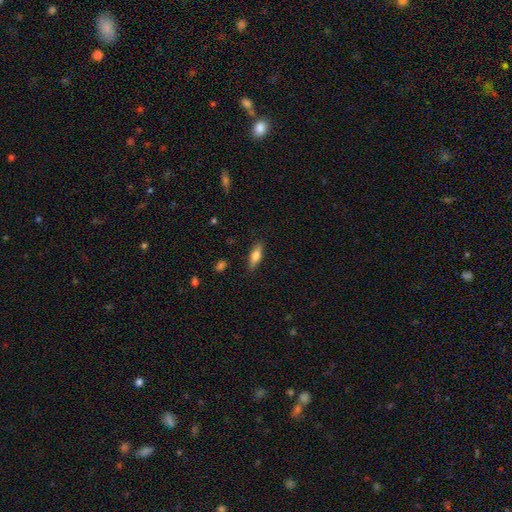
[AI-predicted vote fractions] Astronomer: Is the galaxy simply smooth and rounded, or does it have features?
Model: smooth — 64%.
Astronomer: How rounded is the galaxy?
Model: in between — 55% (runner-up: cigar-shaped, 42%).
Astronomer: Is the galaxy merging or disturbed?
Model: none — 86%.